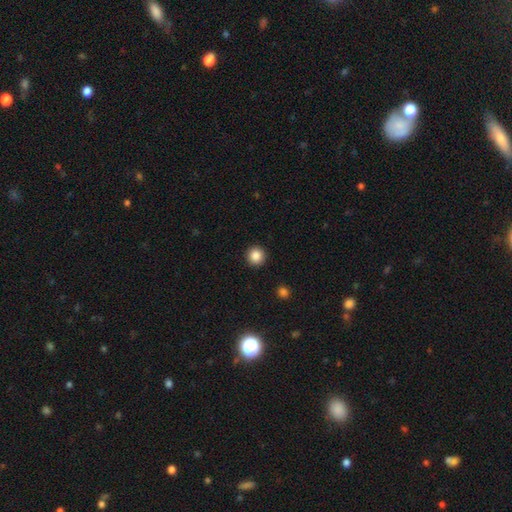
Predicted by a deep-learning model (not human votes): Smooth or featured?
  - smooth: 86% *
  - star or artifact: 10%
  - featured or disk: 4%
How rounded?
  - round: 95% *
  - in between: 4%
  - cigar-shaped: 1%
Merging?
  - none: 92% *
  - minor disturbance: 5%
  - major disturbance: 2%
  - merger: 1%